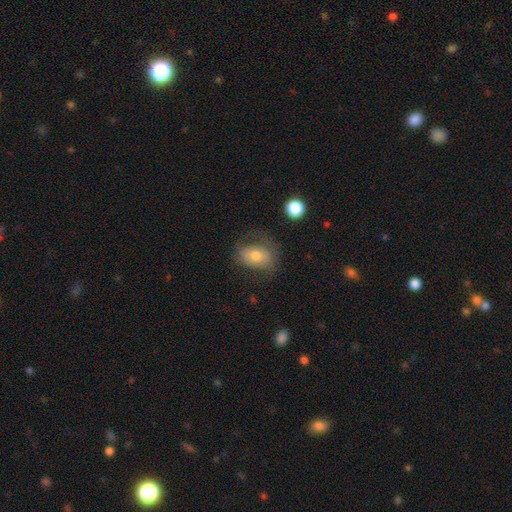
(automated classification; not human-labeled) This appears to be a smooth galaxy with no disk features (66%) that is in between round and cigar-shaped (76%). Merging: none (56%).